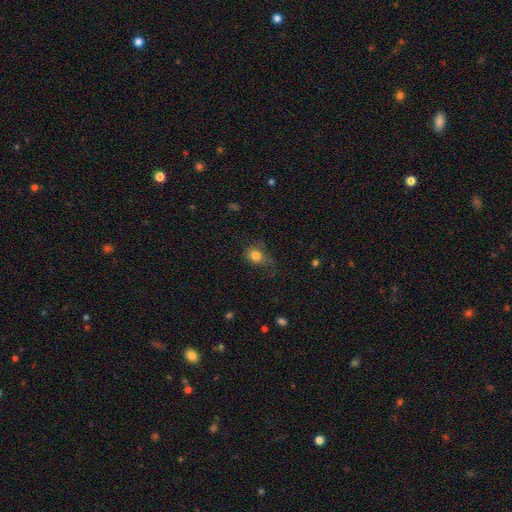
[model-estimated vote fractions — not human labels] smooth-or-featured: smooth: 81% | star or artifact: 11% | featured or disk: 8%
  how-rounded: round: 65% | in between: 33% | cigar-shaped: 1%
  merging: none: 51% | minor disturbance: 30% | major disturbance: 17% | merger: 2%